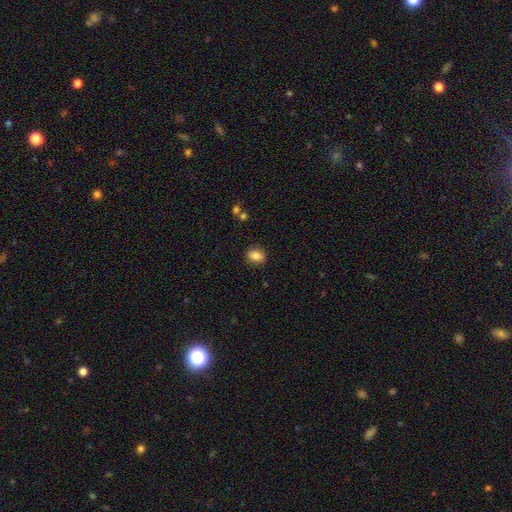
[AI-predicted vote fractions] This appears to be a smooth galaxy with no disk features (84%) that is in between round and cigar-shaped (57%). Merging: none (88%).